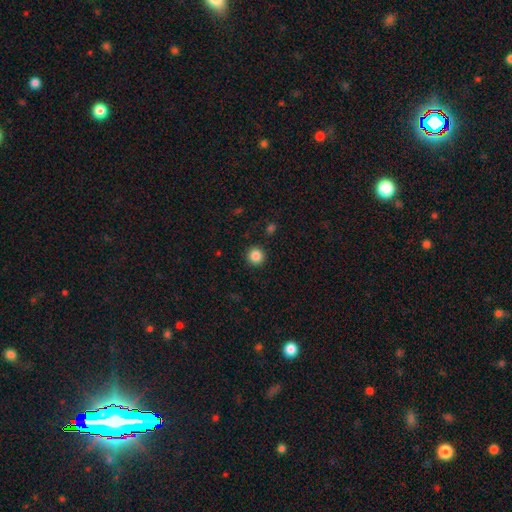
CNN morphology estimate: A smooth galaxy with no disk features (86%) that is round (95%).

Vote fractions:
- Smooth or featured? smooth: 86% / star or artifact: 11% / featured or disk: 3%
- How rounded? round: 95% / in between: 4% / cigar-shaped: 1%
- Merging? none: 92% / minor disturbance: 5% / major disturbance: 2% / merger: 1%